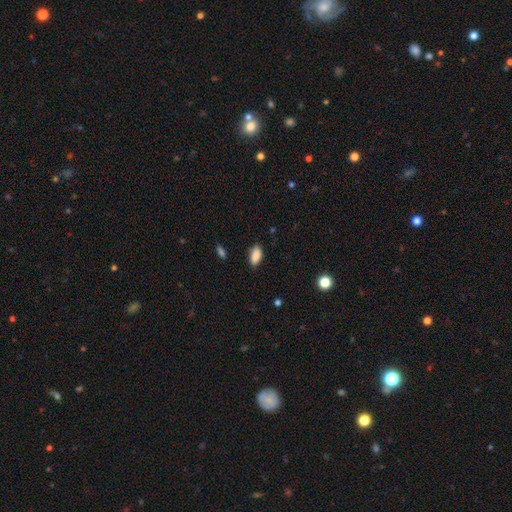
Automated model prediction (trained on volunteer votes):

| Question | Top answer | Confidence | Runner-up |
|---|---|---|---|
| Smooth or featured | smooth | 88% | star or artifact (7%) |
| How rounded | in between | 90% | cigar-shaped (7%) |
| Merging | none | 84% | minor disturbance (12%) |